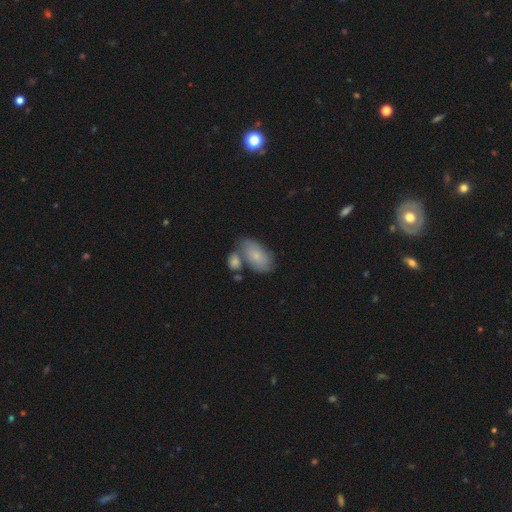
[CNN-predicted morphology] A smooth galaxy with no disk features (70%) that is in between round and cigar-shaped (92%).

Vote fractions:
- Smooth or featured? smooth: 70% / featured or disk: 23% / star or artifact: 7%
- How rounded? in between: 92% / round: 6% / cigar-shaped: 2%
- Merging? none: 46% / merger: 31% / minor disturbance: 18% / major disturbance: 6%